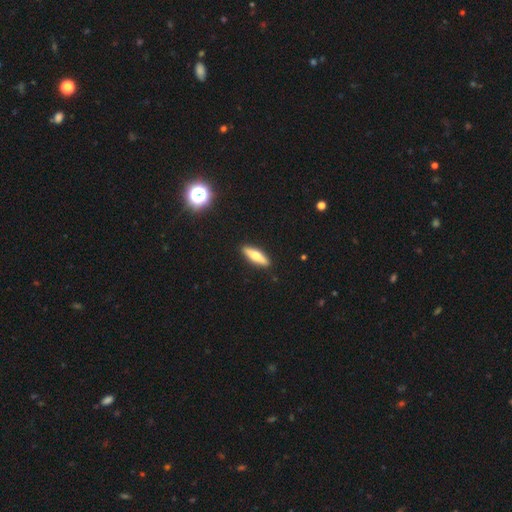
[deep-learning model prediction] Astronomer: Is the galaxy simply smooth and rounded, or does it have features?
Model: smooth — 52% (runner-up: featured or disk, 42%).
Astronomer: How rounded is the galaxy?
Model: cigar-shaped — 67%.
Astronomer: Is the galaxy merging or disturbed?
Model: none — 91%.